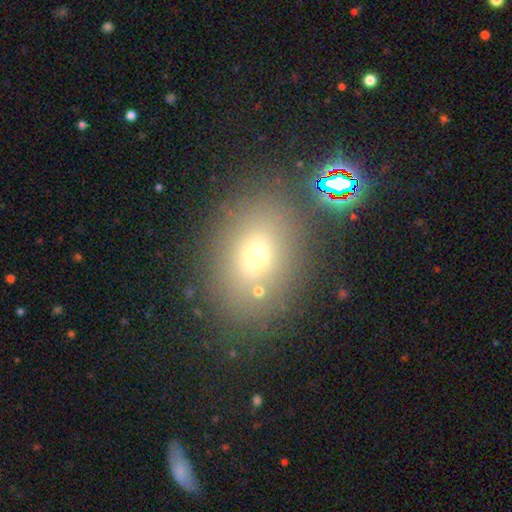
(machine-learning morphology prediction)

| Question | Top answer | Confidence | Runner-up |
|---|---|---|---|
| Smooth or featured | smooth | 66% | star or artifact (19%) |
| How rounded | in between | 68% | round (30%) |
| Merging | none | 75% | minor disturbance (11%) |